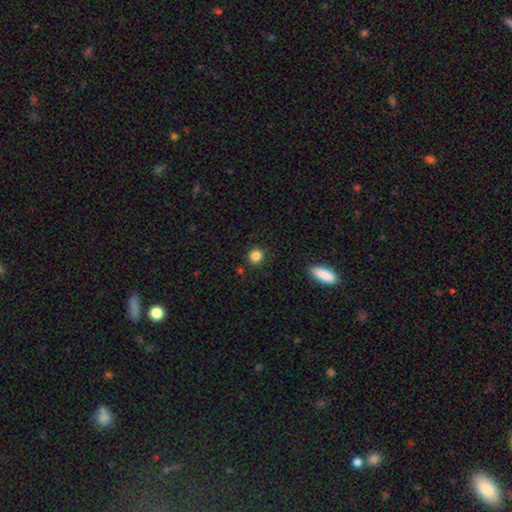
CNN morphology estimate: This appears to be a smooth galaxy with no disk features (85%) that is round (87%). Merging: none (89%).